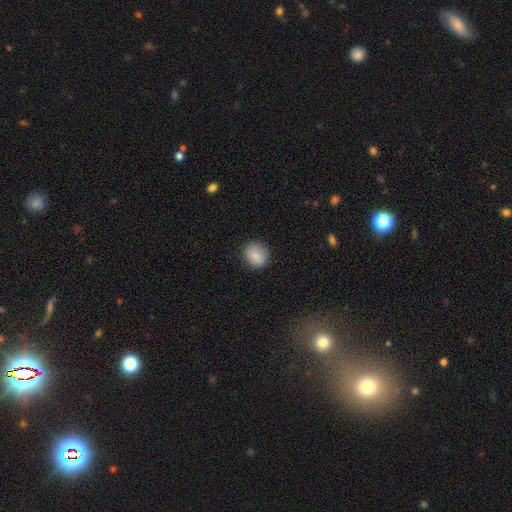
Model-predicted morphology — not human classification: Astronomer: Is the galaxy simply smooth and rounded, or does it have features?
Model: smooth — 86%.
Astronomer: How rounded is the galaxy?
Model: round — 79%.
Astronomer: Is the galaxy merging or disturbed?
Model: none — 84%.